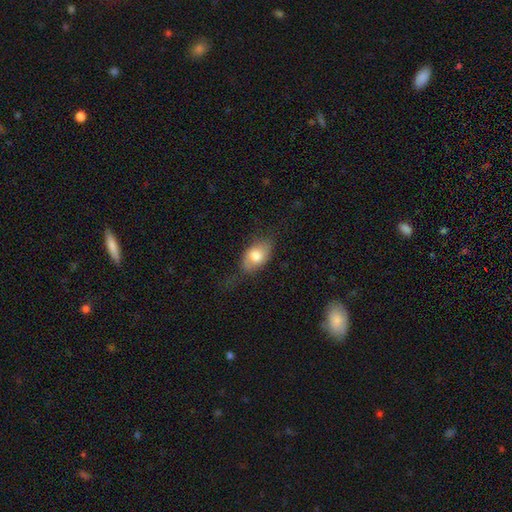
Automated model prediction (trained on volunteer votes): smooth-or-featured: smooth: 73% | featured or disk: 21% | star or artifact: 7%
  how-rounded: in between: 87% | round: 10% | cigar-shaped: 3%
  merging: none: 61% | minor disturbance: 26% | major disturbance: 11% | merger: 1%